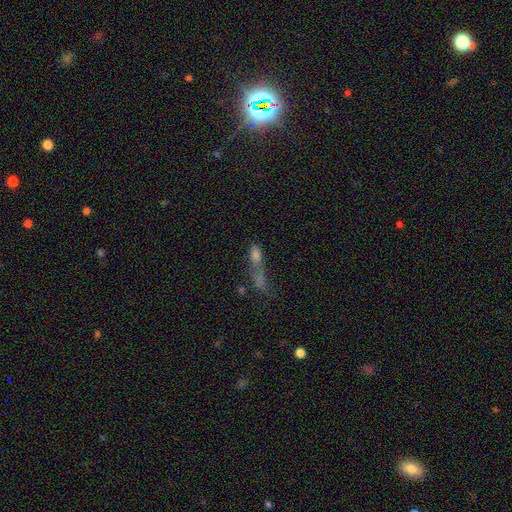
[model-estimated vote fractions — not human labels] Smooth or featured?
  - smooth: 57% *
  - featured or disk: 23%
  - star or artifact: 21%
How rounded?
  - in between: 53% *
  - cigar-shaped: 37%
  - round: 10%
Merging?
  - merger: 50% *
  - major disturbance: 19%
  - none: 19%
  - minor disturbance: 11%